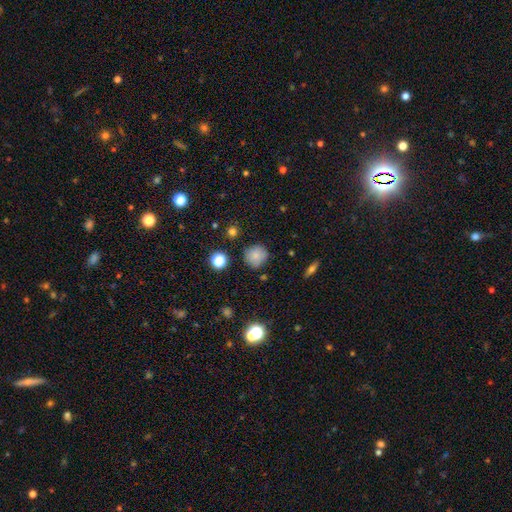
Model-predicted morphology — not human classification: A smooth galaxy with no disk features (80%) that is round (91%). Merging: none (80%).